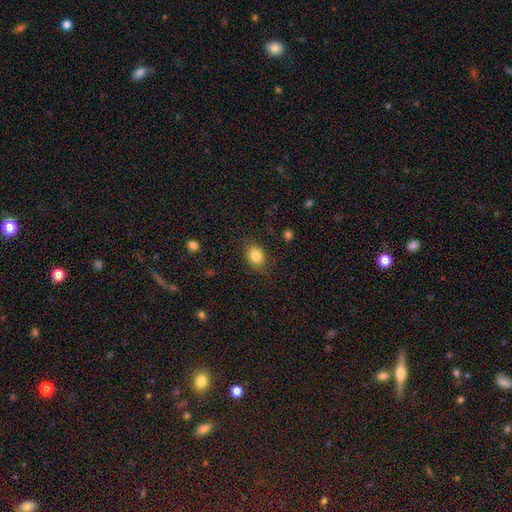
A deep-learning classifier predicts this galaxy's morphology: type=smooth (83%); roundness=in between (62%); merging=none (83%).